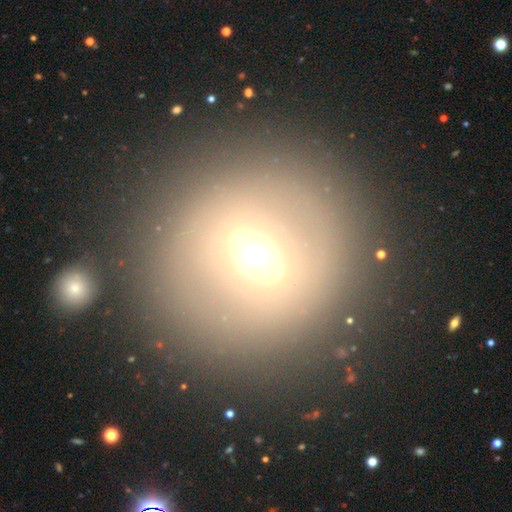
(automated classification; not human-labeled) smooth 47%, featured or disk 32%, star or artifact 21%. Down the decision tree: merging — none (84%).